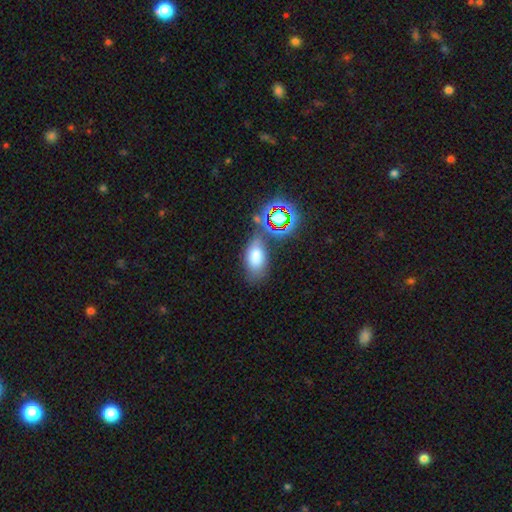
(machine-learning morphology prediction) Smooth or featured? smooth (70%)
How rounded? in between (88%)
Merging? none (60%)